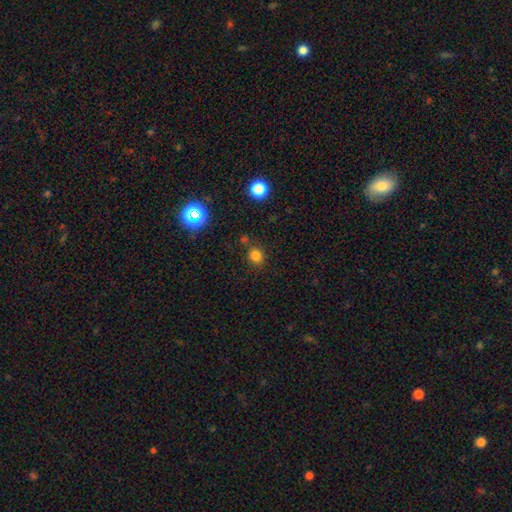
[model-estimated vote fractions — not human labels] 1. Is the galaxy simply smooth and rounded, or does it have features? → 78% smooth, 17% star or artifact, 5% featured or disk.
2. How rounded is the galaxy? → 77% round, 22% in between, 1% cigar-shaped.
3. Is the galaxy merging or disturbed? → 76% none, 12% minor disturbance, 8% merger, 4% major disturbance.